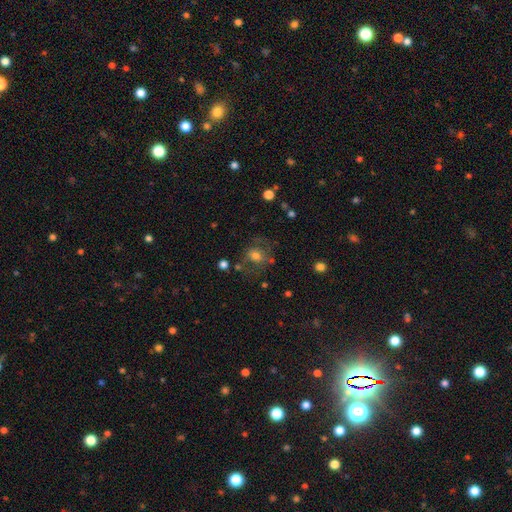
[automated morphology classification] smooth-or-featured: smooth: 58% | featured or disk: 30% | star or artifact: 12%
  how-rounded: round: 63% | in between: 36% | cigar-shaped: 1%
  merging: none: 60% | minor disturbance: 19% | major disturbance: 17% | merger: 4%